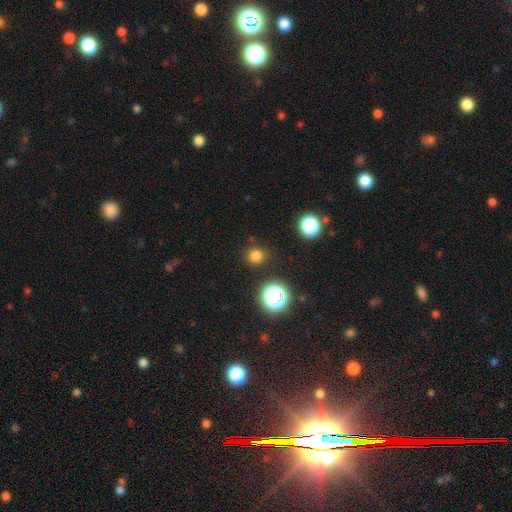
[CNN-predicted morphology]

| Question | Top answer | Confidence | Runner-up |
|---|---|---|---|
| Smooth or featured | smooth | 77% | star or artifact (19%) |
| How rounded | round | 92% | in between (7%) |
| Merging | none | 89% | minor disturbance (7%) |